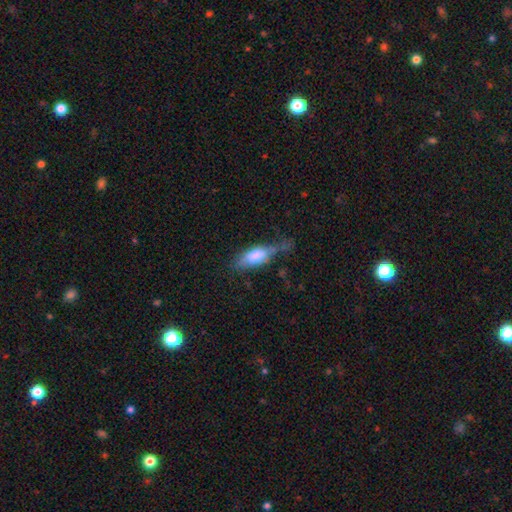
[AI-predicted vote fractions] A smooth galaxy with no disk features (73%) that is in between round and cigar-shaped (75%). Merging: none (35%).